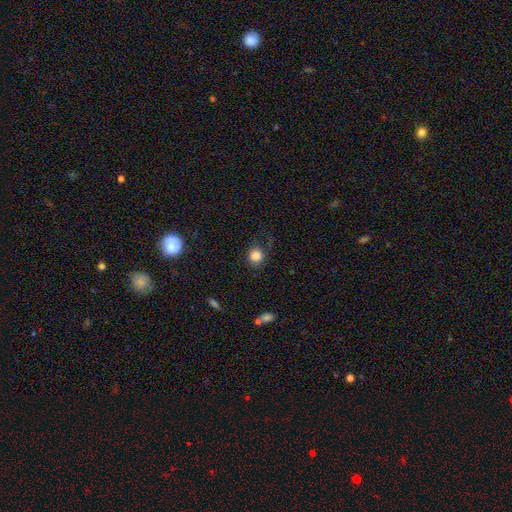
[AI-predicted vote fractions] smooth_or_featured: smooth (p=0.83) [alt: star or artifact p=0.11]
how_rounded: round (p=0.87) [alt: in between p=0.12]
merging: none (p=0.77) [alt: minor disturbance p=0.15]